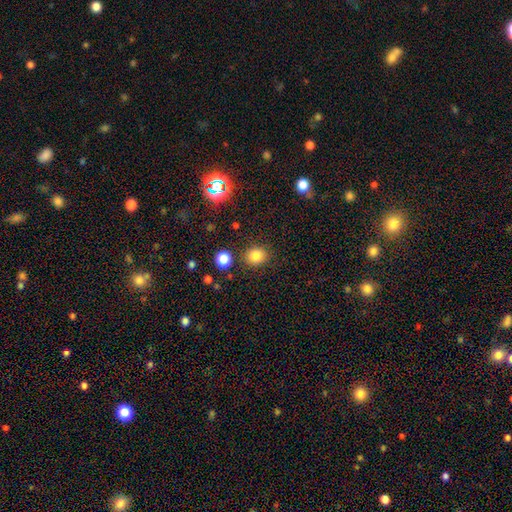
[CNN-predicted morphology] This appears to be a smooth galaxy with no disk features (82%) that is round (71%). Merging: none (84%).